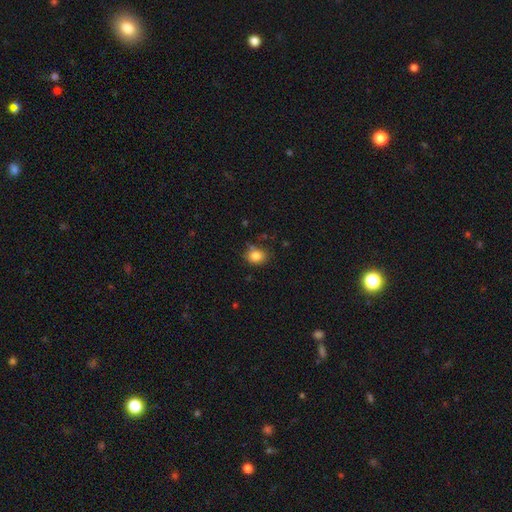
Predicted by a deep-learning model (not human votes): This appears to be a smooth galaxy with no disk features (83%) that is round (55%). Merging: none (75%).